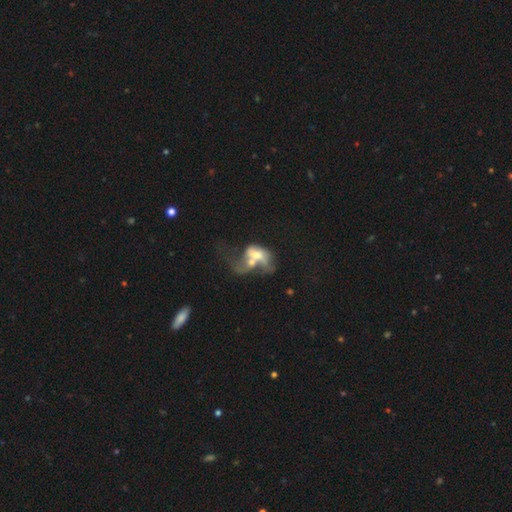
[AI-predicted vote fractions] This is possibly a featured or disk galaxy (50%). It is clearly not viewed edge-on (96%). Merging: likely merger (63%).